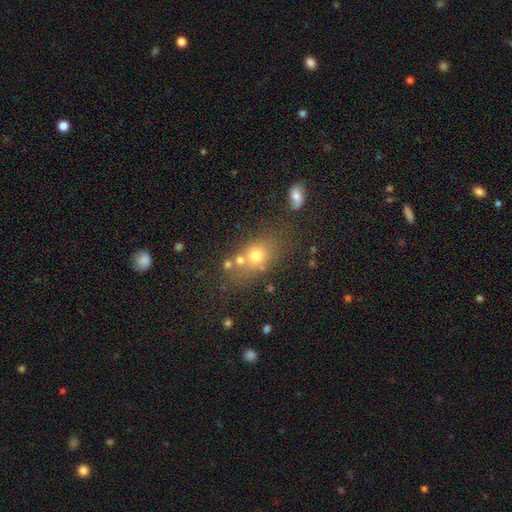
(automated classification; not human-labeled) smooth 66%, featured or disk 18%, star or artifact 17%. Down the decision tree: how rounded — in between (53%); merging — none (61%).